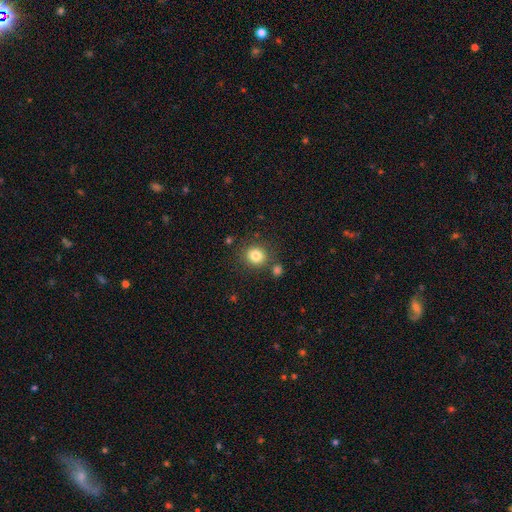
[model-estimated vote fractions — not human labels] A smooth galaxy with no disk features (83%) that is round (85%).

Vote fractions:
- Smooth or featured? smooth: 83% / star or artifact: 11% / featured or disk: 6%
- How rounded? round: 85% / in between: 14% / cigar-shaped: 1%
- Merging? none: 80% / minor disturbance: 9% / merger: 7% / major disturbance: 3%